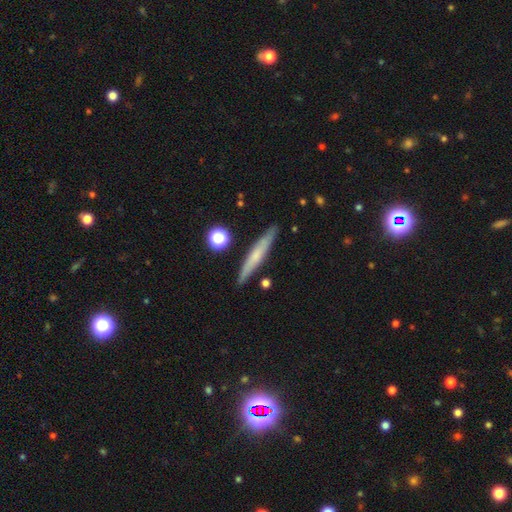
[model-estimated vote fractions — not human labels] This appears to be a smooth galaxy with no disk features (50%). Merging: none (88%).